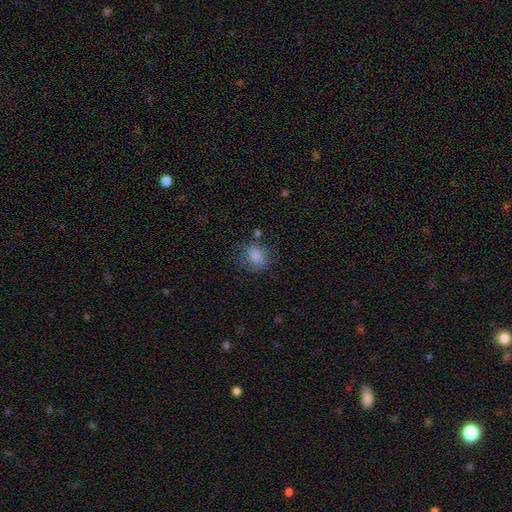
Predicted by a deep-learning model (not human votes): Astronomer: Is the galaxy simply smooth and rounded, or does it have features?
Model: smooth — 77%.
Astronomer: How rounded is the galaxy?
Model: in between — 51% (runner-up: round, 48%).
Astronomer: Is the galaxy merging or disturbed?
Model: none — 60%.